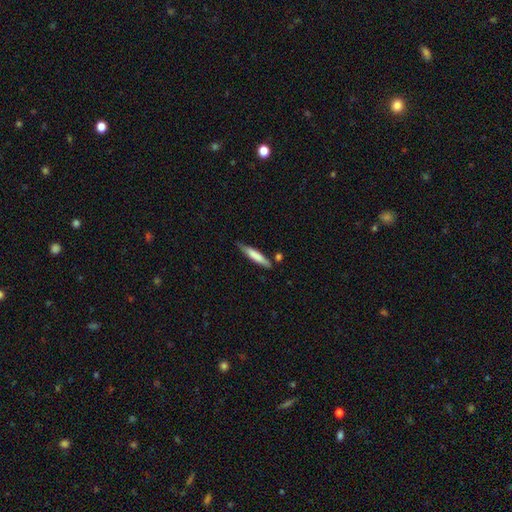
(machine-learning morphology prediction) Smooth or featured: smooth — 72% (featured or disk — 22%)
How rounded: cigar-shaped — 88% (in between — 10%)
Merging: none — 73% (minor disturbance — 19%)